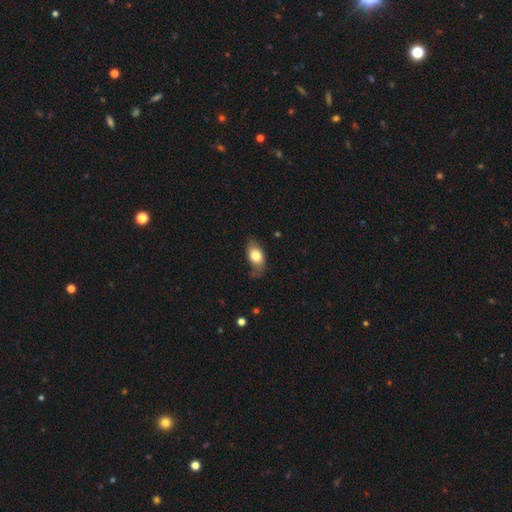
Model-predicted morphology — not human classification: Smooth or featured? smooth (74%)
How rounded? in between (88%)
Merging? none (53%)